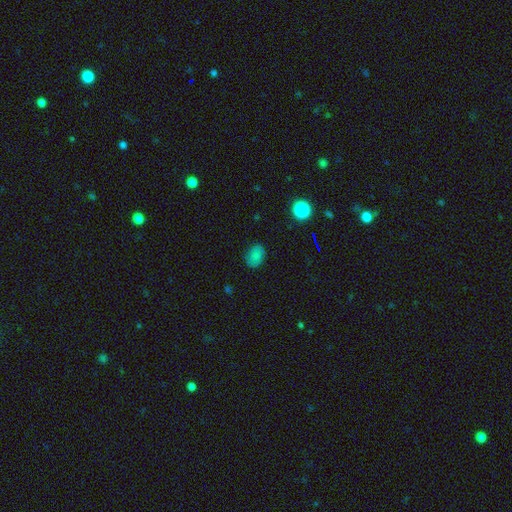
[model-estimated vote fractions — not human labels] The model was most divided on "how rounded": in between: 74%, round: 24%, cigar-shaped: 1%. More confident: merging — none (80%); smooth or featured — smooth (77%).